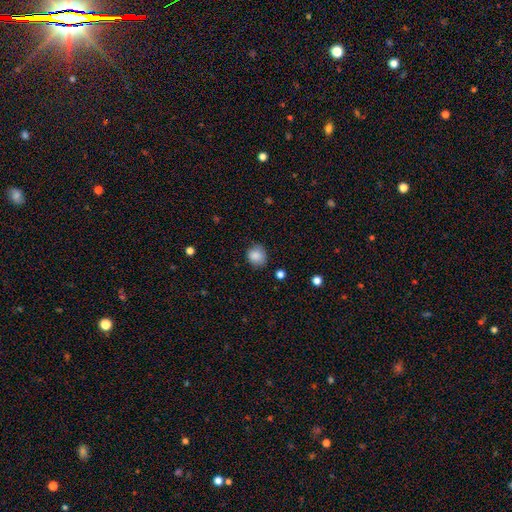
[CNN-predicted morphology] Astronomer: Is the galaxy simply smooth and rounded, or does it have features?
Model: smooth — 87%.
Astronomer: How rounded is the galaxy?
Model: round — 80%.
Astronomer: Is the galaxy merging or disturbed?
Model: none — 76%.